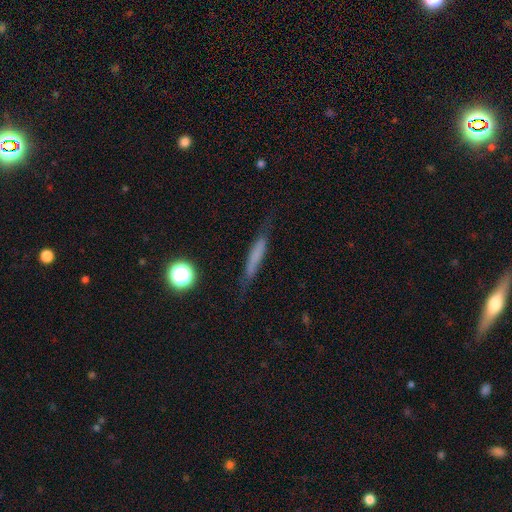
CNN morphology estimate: Q: Smooth or featured?
A: smooth (60%); runner-up: featured or disk (29%)
Q: How rounded?
A: cigar-shaped (88%); runner-up: in between (8%)
Q: Merging?
A: none (72%); runner-up: minor disturbance (19%)